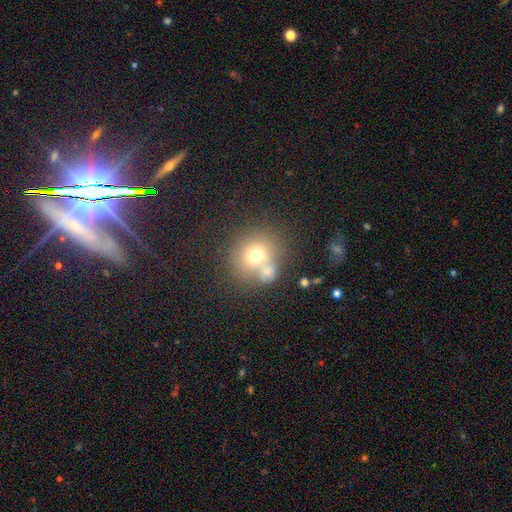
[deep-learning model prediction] Overall: smooth (70%). How rounded: round (75%). Merging: none (45%; merger 38%).